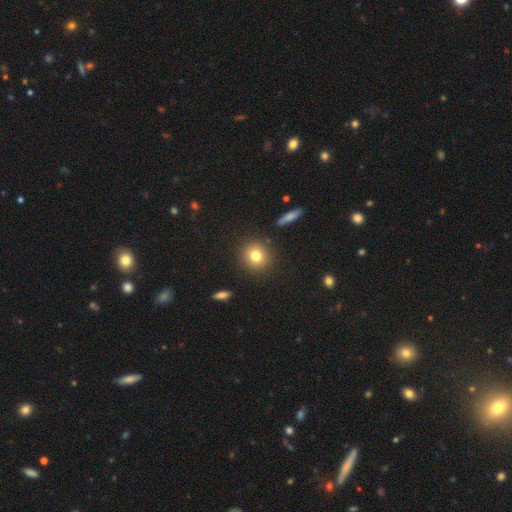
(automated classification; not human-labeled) This appears to be a smooth galaxy with no disk features (79%) that is round (86%). Merging: none (88%).